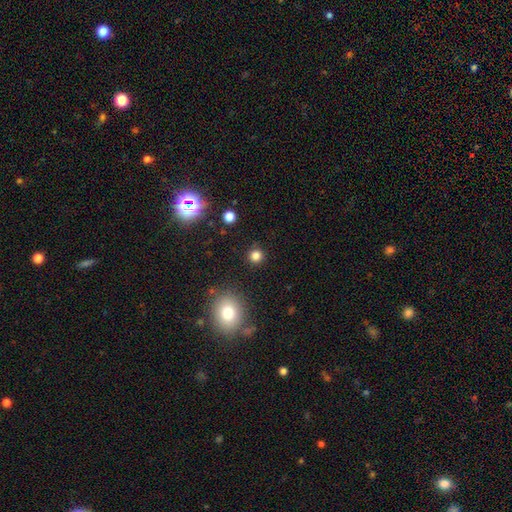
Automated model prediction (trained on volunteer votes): Q: Smooth or featured?
A: smooth (80%); runner-up: star or artifact (15%)
Q: How rounded?
A: round (93%); runner-up: in between (6%)
Q: Merging?
A: none (89%); runner-up: minor disturbance (6%)